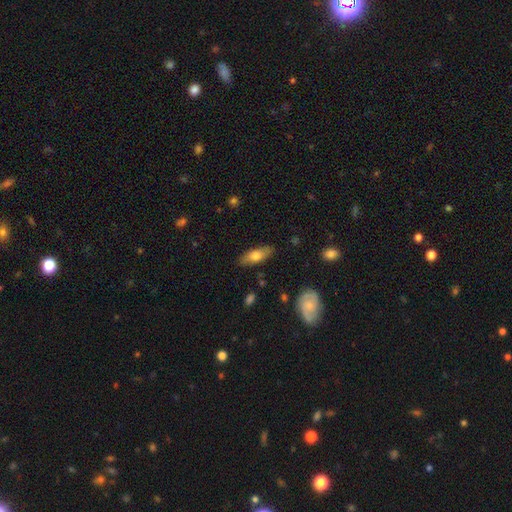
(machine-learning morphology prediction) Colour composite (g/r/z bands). It shows a smooth galaxy with no disk features (66%) that is in between round and cigar-shaped (66%). Merging: none (85%).